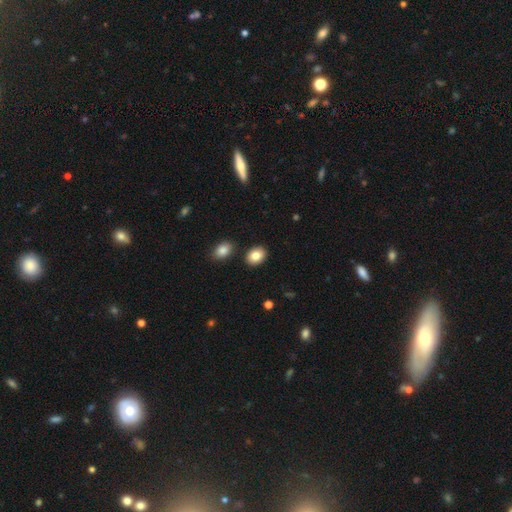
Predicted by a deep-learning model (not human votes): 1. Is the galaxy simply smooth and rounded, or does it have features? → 85% smooth, 8% star or artifact, 7% featured or disk.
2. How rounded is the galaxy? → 74% in between, 25% round, 1% cigar-shaped.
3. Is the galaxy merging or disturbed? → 85% none, 8% minor disturbance, 5% merger, 2% major disturbance.